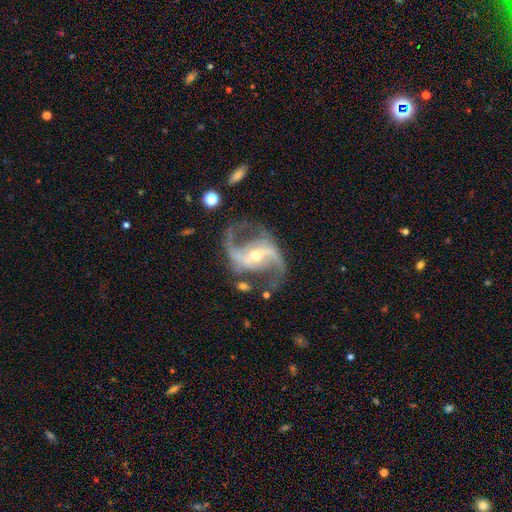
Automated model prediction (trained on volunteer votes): featured or disk 92%, star or artifact 5%, smooth 3%. Down the decision tree: edge-on disk — no (98%); bar — strong (46%); spiral arms — yes (98%); spiral arm count — 2 (94%); spiral winding — loose (57%); bulge size — small (55%); merging — none (71%).